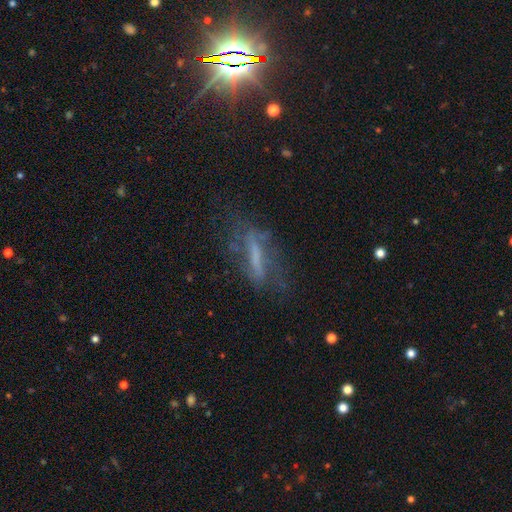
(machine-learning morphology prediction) Smooth or featured? featured or disk (52%)
Edge-on disk? no (60%)
Merging? none (53%)